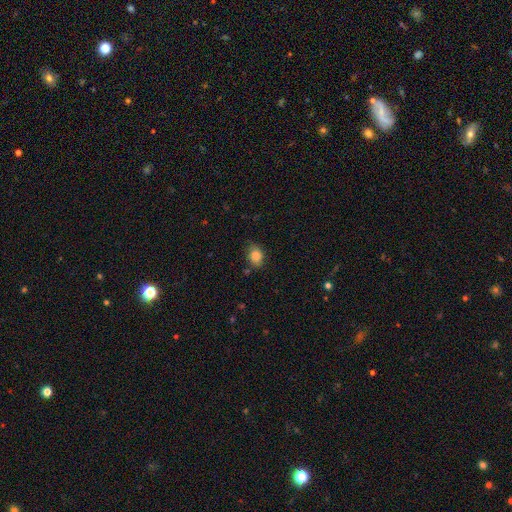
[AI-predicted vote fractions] This appears to be a smooth galaxy with no disk features (82%) that is in between round and cigar-shaped (60%). Merging: none (75%).